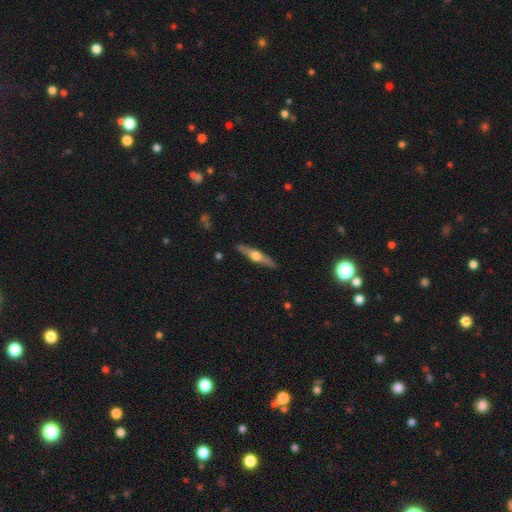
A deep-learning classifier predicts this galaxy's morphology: A featured or disk galaxy (67%) viewed edge-on (96%) with a rounded central bulge (94%). Merging: none (90%).